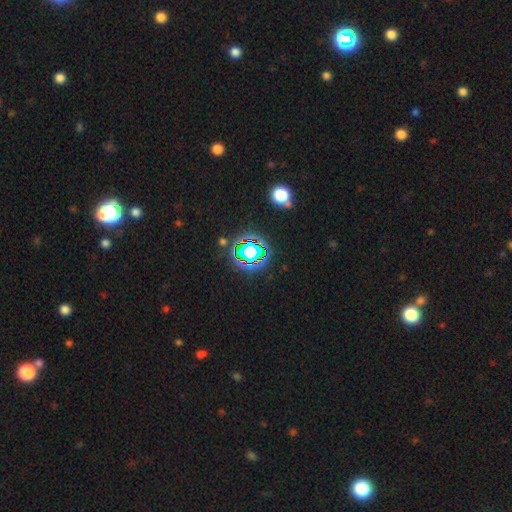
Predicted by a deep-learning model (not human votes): This appears to be a star or artifact, not a galaxy (77%).